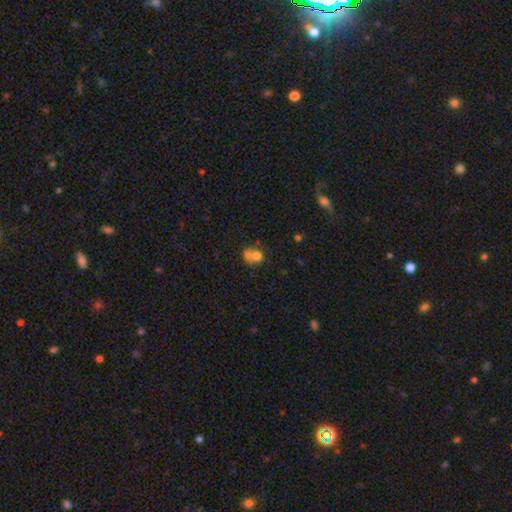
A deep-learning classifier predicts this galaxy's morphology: This appears to be a smooth galaxy with no disk features (66%) that is round (67%). Merging: merger (59%).